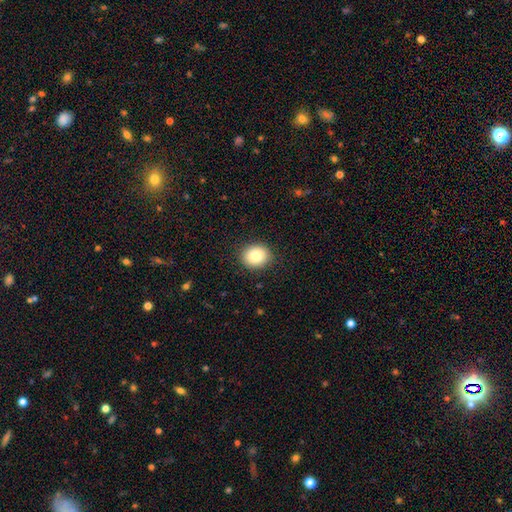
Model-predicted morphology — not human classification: This is clearly a smooth galaxy (84%). How rounded: likely round (73%). Merging: clearly none (90%).